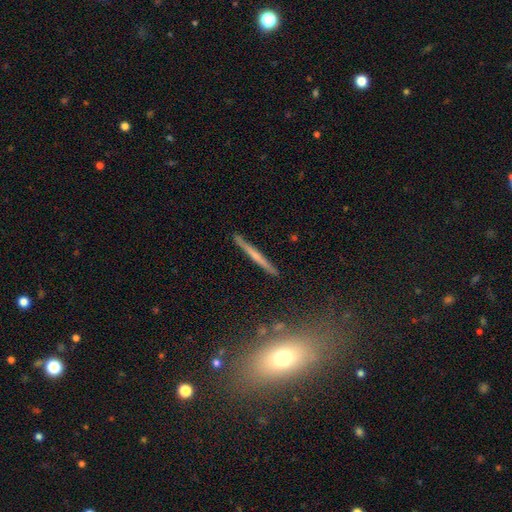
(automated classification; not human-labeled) Smooth or featured: featured or disk — 56% (smooth — 36%)
Edge-on disk: yes — 97% (no — 3%)
Edge-on bulge: none — 56% (rounded — 36%)
Merging: none — 88% (minor disturbance — 8%)